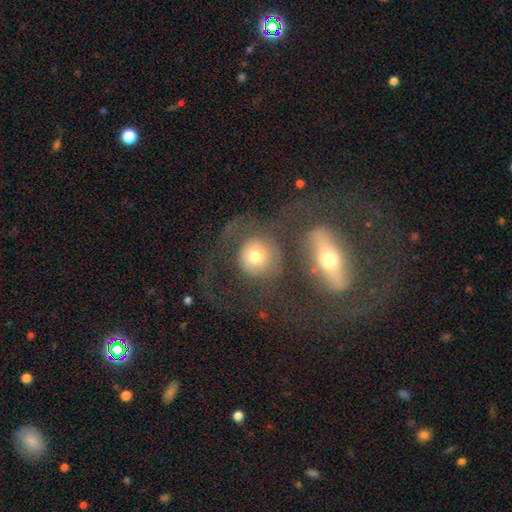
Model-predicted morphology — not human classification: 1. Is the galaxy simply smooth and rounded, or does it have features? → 56% smooth, 36% featured or disk, 9% star or artifact.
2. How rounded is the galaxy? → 87% round, 11% in between, 1% cigar-shaped.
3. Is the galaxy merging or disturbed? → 35% none, 29% major disturbance, 24% merger, 12% minor disturbance.